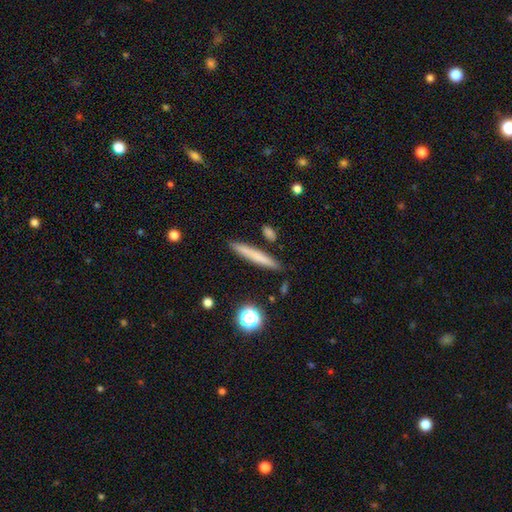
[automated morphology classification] Overall: smooth (69%). How rounded: cigar-shaped (95%). Merging: none (88%).